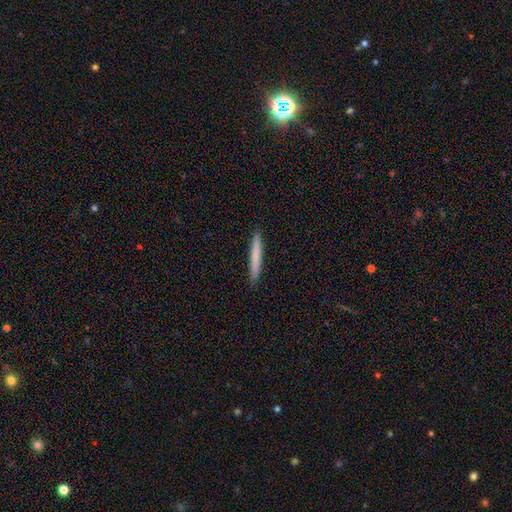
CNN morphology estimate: Smooth or featured: smooth — 73% (featured or disk — 22%)
How rounded: cigar-shaped — 97% (in between — 2%)
Merging: none — 92% (minor disturbance — 5%)